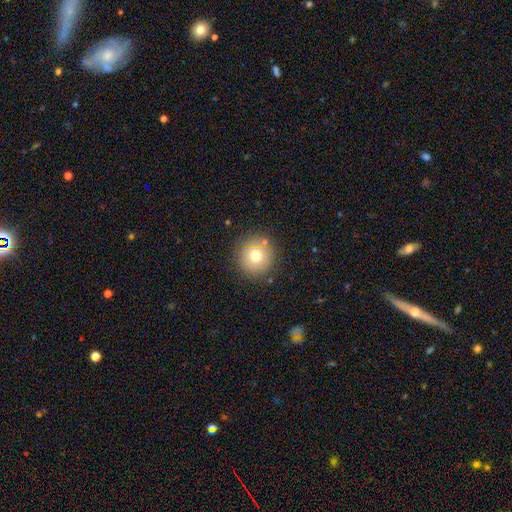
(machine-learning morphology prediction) Q: Smooth or featured?
A: smooth (72%); runner-up: featured or disk (15%)
Q: How rounded?
A: round (94%); runner-up: in between (5%)
Q: Merging?
A: none (82%); runner-up: minor disturbance (10%)